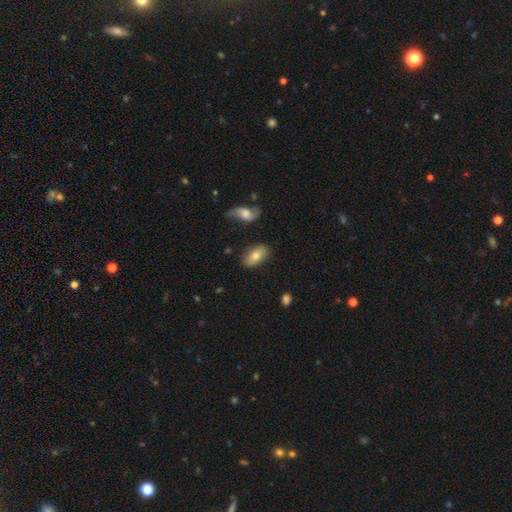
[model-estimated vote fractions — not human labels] This appears to be a smooth galaxy with no disk features (74%) that is in between round and cigar-shaped (92%). Merging: none (81%).